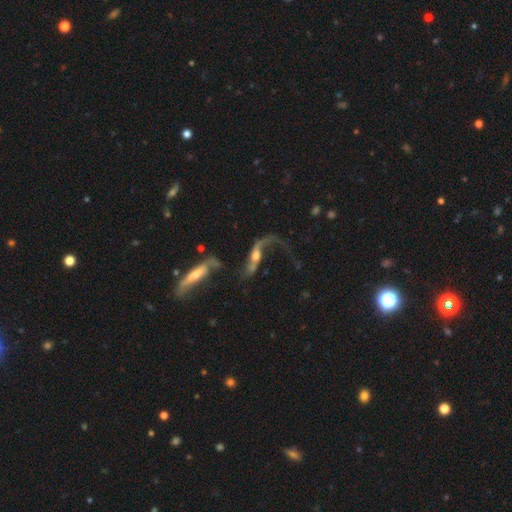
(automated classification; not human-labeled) smooth-or-featured: featured or disk: 79% | smooth: 14% | star or artifact: 7%
  disk-edge-on: no: 81% | yes: 19%
    bar: no: 52% | weak: 30% | strong: 18%
    has-spiral-arms: yes: 86% | no: 14%
      spiral-winding: loose: 89% | medium: 8% | tight: 3%
      spiral-arm-count: 2: 67% | 1: 26% | can't tell: 4% | 3: 1% | 4: 1% | more than 4: 1%
    bulge-size: moderate: 52% | small: 26% | large: 13% | none: 6% | dominant: 3%
  merging: major disturbance: 36% | none: 29% | merger: 22% | minor disturbance: 13%